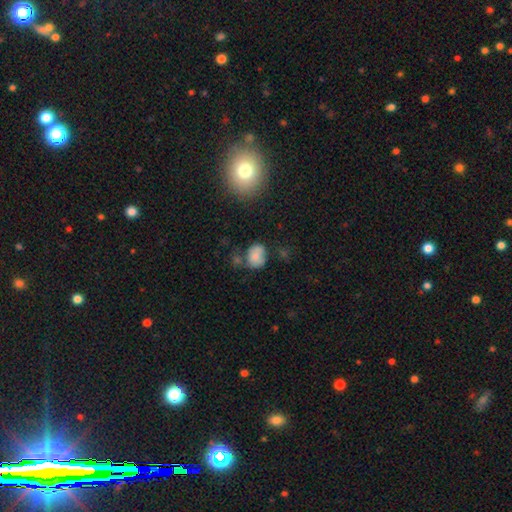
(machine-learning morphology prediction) Q: Smooth or featured?
A: smooth (76%); runner-up: featured or disk (14%)
Q: How rounded?
A: in between (56%); runner-up: round (43%)
Q: Merging?
A: none (46%); runner-up: minor disturbance (26%)